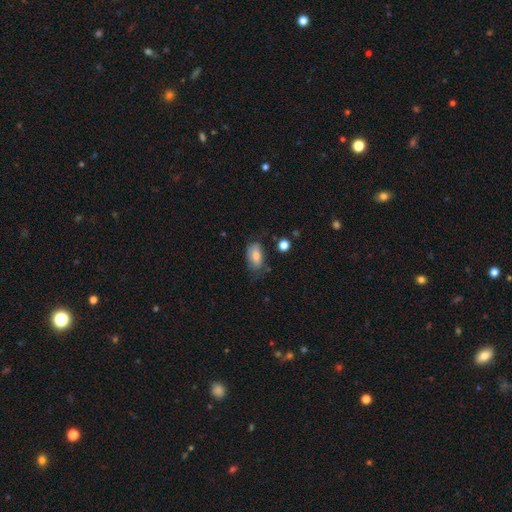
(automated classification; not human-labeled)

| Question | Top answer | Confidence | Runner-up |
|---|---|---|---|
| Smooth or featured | smooth | 74% | featured or disk (18%) |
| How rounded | in between | 90% | round (5%) |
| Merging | none | 64% | minor disturbance (26%) |